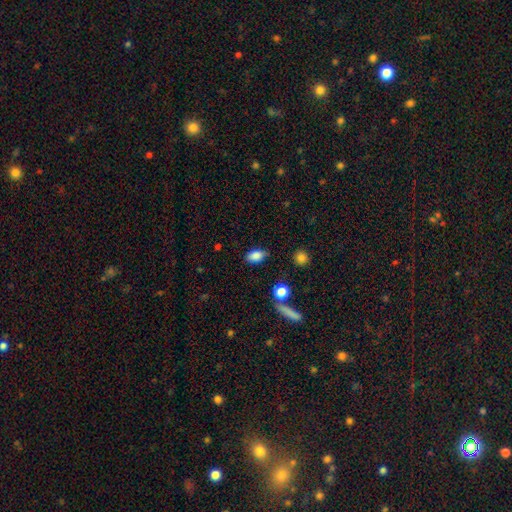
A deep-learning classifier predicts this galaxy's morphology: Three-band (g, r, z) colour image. It shows a smooth galaxy with no disk features (85%) that is in between round and cigar-shaped (88%). Merging: none (79%).